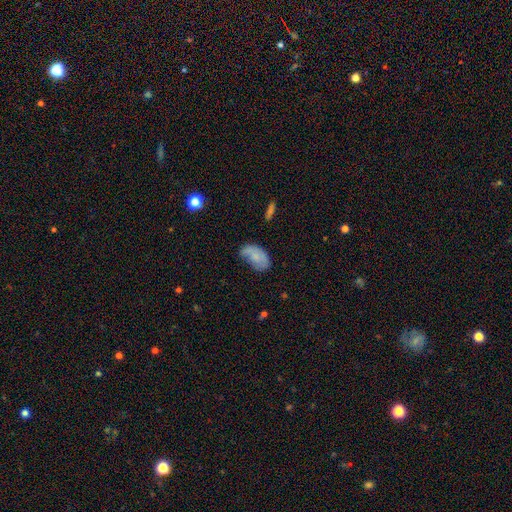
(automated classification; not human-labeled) Smooth or featured: smooth — 68% (featured or disk — 24%)
How rounded: in between — 92% (round — 5%)
Merging: minor disturbance — 38% (none — 36%)